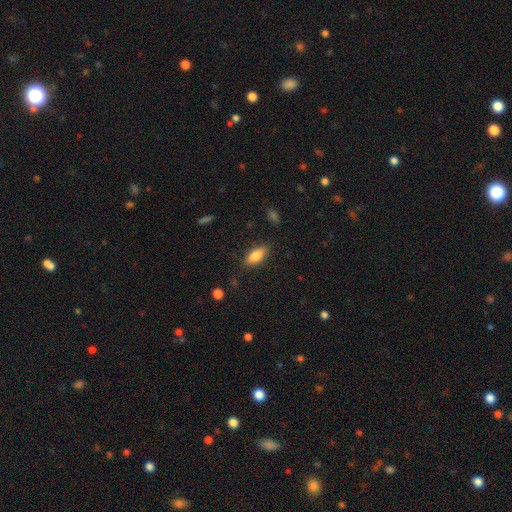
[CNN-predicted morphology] A smooth galaxy with no disk features (75%) that is in between round and cigar-shaped (74%).

Vote fractions:
- Smooth or featured? smooth: 75% / featured or disk: 18% / star or artifact: 7%
- How rounded? in between: 74% / cigar-shaped: 23% / round: 3%
- Merging? none: 82% / minor disturbance: 13% / major disturbance: 3% / merger: 1%